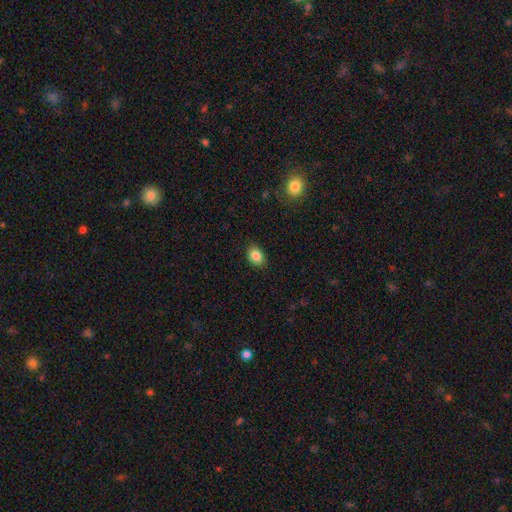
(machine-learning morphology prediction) Smooth or featured?
  - smooth: 86% *
  - star or artifact: 9%
  - featured or disk: 5%
How rounded?
  - in between: 67% *
  - round: 32%
  - cigar-shaped: 1%
Merging?
  - none: 86% *
  - minor disturbance: 10%
  - major disturbance: 2%
  - merger: 1%